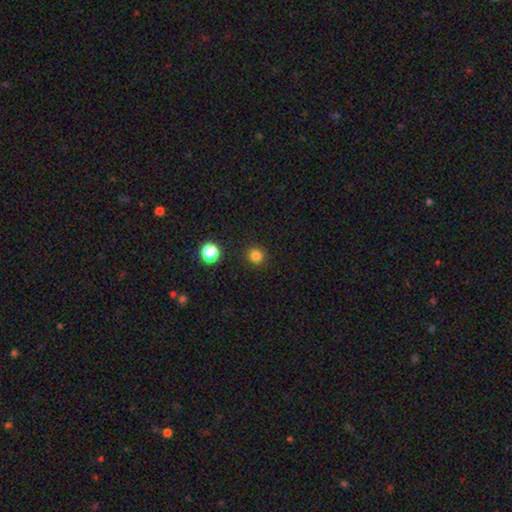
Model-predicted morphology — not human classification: A smooth galaxy with no disk features (81%) that is round (93%).

Vote fractions:
- Smooth or featured? smooth: 81% / star or artifact: 15% / featured or disk: 4%
- How rounded? round: 93% / in between: 6% / cigar-shaped: 1%
- Merging? none: 91% / minor disturbance: 5% / major disturbance: 2% / merger: 1%